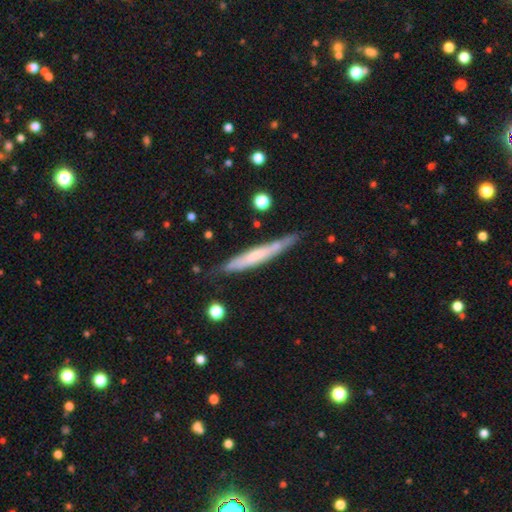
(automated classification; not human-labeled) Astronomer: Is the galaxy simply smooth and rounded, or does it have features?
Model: smooth — 49% (runner-up: featured or disk, 45%).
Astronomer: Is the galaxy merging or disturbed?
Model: none — 77%.